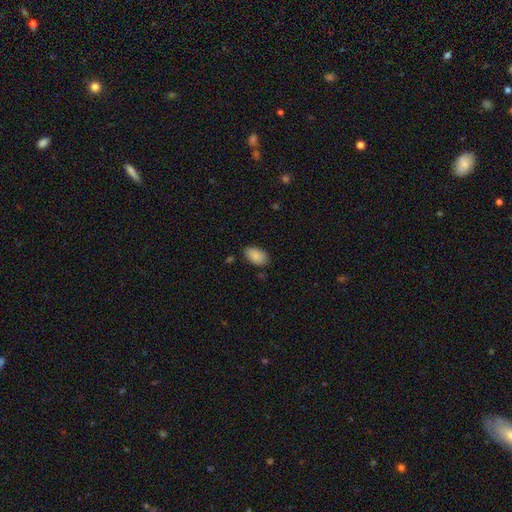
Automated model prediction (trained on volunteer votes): smooth-or-featured: smooth: 87% | star or artifact: 7% | featured or disk: 6%
  how-rounded: in between: 93% | round: 5% | cigar-shaped: 2%
  merging: none: 83% | minor disturbance: 13% | major disturbance: 3% | merger: 2%